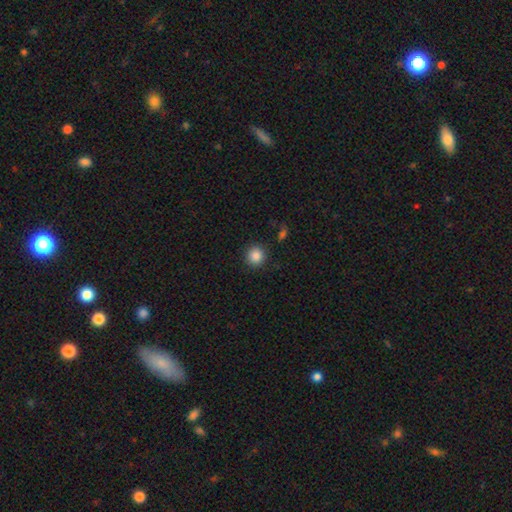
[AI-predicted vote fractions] Smooth or featured? smooth (86%)
How rounded? round (92%)
Merging? none (89%)